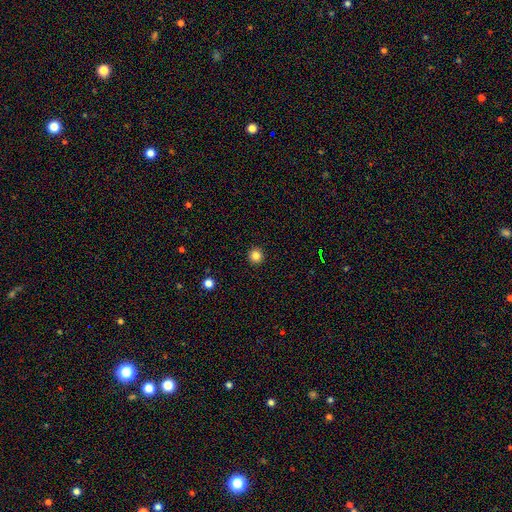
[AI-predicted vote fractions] A smooth galaxy with no disk features (84%) that is round (95%). Merging: none (93%).